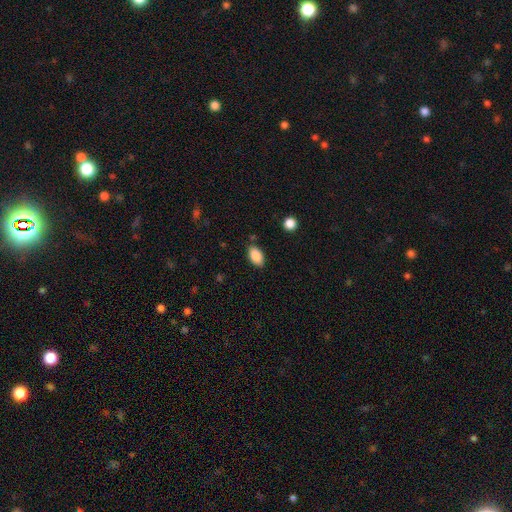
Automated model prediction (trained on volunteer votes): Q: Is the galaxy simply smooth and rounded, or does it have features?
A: smooth — 87%.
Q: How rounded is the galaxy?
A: in between — 92%.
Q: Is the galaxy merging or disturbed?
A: none — 83%.